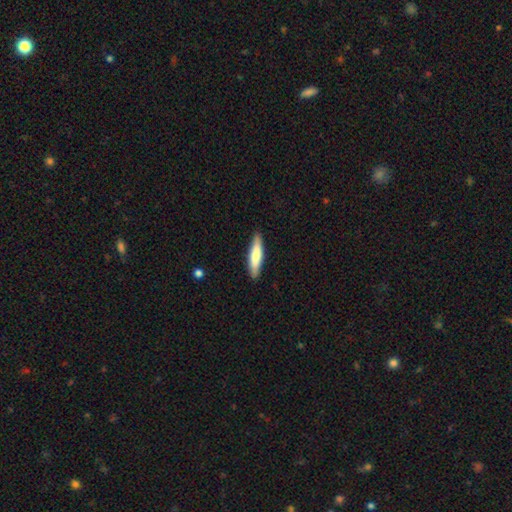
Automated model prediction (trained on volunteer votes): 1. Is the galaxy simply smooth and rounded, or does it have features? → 71% smooth, 24% featured or disk, 5% star or artifact.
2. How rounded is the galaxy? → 79% cigar-shaped, 19% in between, 1% round.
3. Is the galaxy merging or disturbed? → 88% none, 9% minor disturbance, 2% major disturbance, 1% merger.